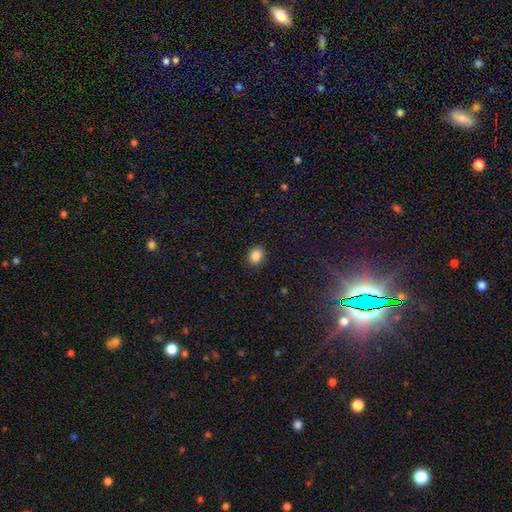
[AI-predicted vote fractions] Smooth or featured? Predicted: smooth (p=0.87). How rounded? Predicted: round (p=0.51). Merging? Predicted: none (p=0.88).